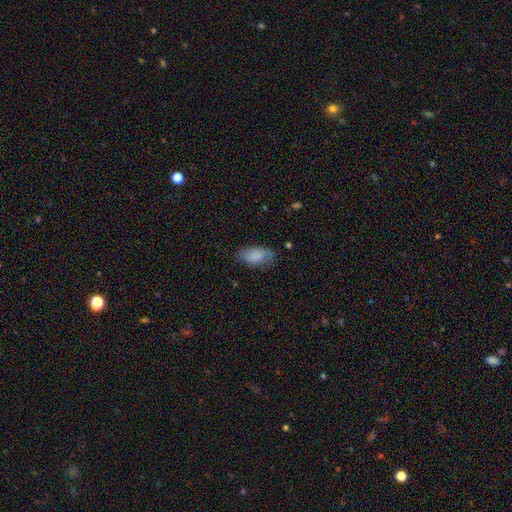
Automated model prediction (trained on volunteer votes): Morphology: type=smooth (84%); roundness=in between (93%); merging=none (70%).